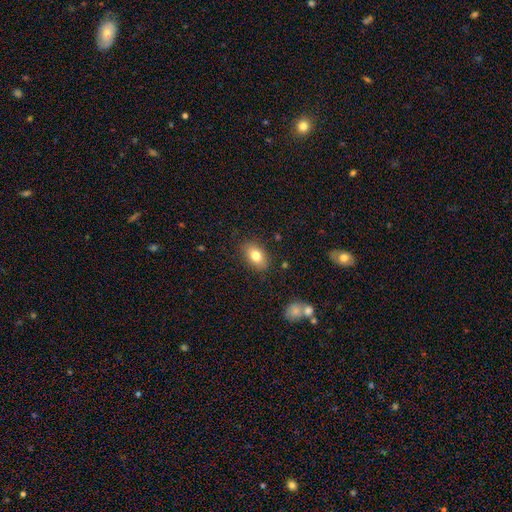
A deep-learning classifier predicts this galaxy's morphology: smooth 79%, featured or disk 13%, star or artifact 8%. Down the decision tree: how rounded — in between (86%); merging — none (85%).